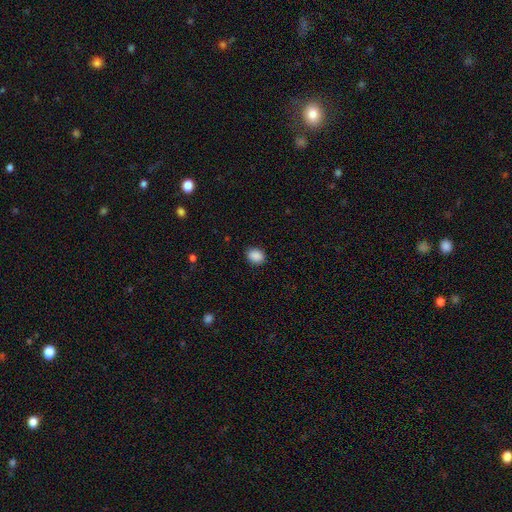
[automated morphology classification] Smooth or featured? Predicted: smooth (p=0.89). How rounded? Predicted: in between (p=0.59). Merging? Predicted: none (p=0.88).